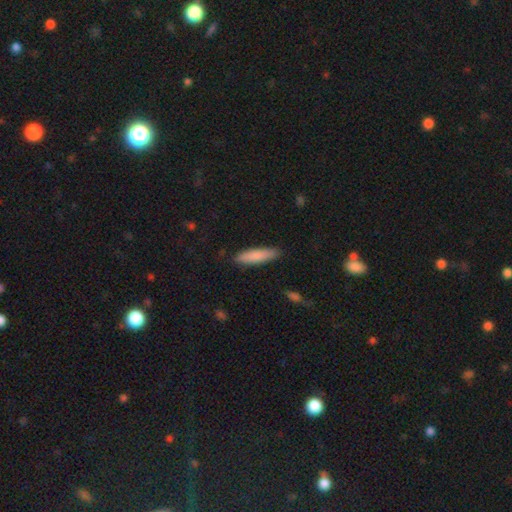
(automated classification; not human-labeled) A smooth galaxy with no disk features (84%) that is cigar-shaped (75%).

Vote fractions:
- Smooth or featured? smooth: 84% / featured or disk: 11% / star or artifact: 6%
- How rounded? cigar-shaped: 75% / in between: 23% / round: 1%
- Merging? none: 87% / minor disturbance: 9% / major disturbance: 2% / merger: 1%